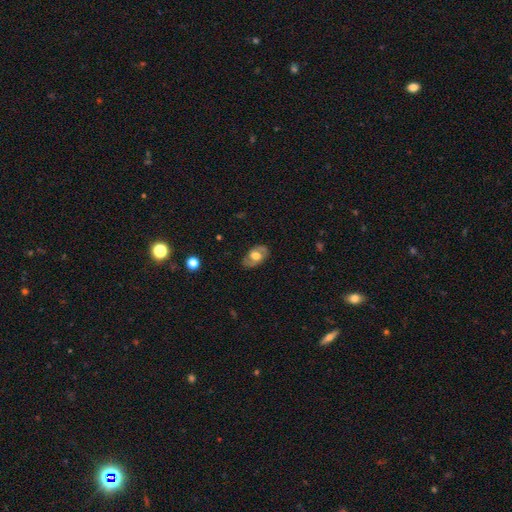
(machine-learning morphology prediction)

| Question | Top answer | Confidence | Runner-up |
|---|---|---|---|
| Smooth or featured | featured or disk | 55% | smooth (38%) |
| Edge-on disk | no | 92% | yes (8%) |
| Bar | no | 65% | weak (28%) |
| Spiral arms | yes | 55% | no (45%) |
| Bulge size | moderate | 51% | large (40%) |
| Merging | none | 80% | minor disturbance (15%) |